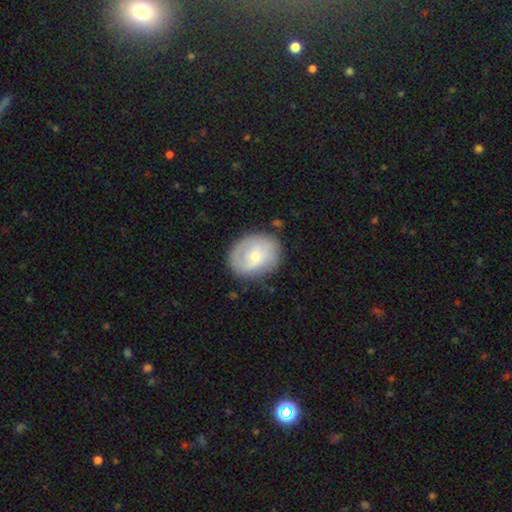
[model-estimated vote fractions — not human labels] This appears to be a smooth galaxy with no disk features (50%). Merging: none (71%).